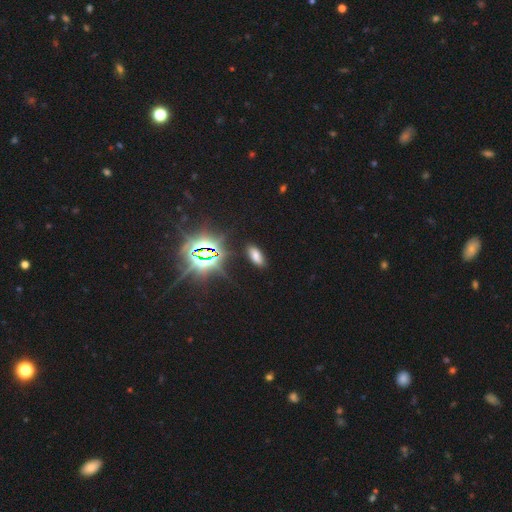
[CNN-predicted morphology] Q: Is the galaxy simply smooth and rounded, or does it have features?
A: smooth — 60%.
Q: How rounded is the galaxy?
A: in between — 85%.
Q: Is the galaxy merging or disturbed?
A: none — 86%.